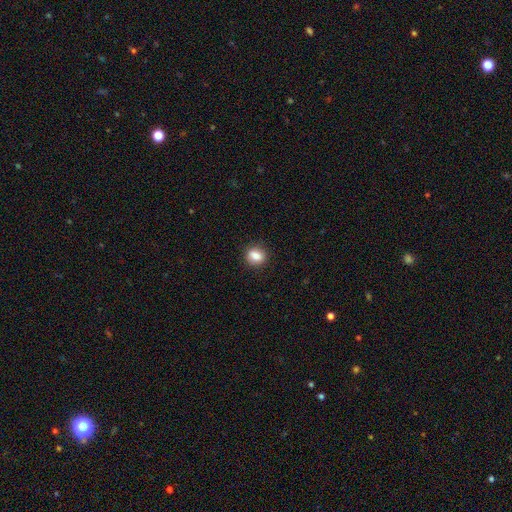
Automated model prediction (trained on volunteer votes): Morphology: type=smooth (83%); roundness=round (58%); merging=none (87%).